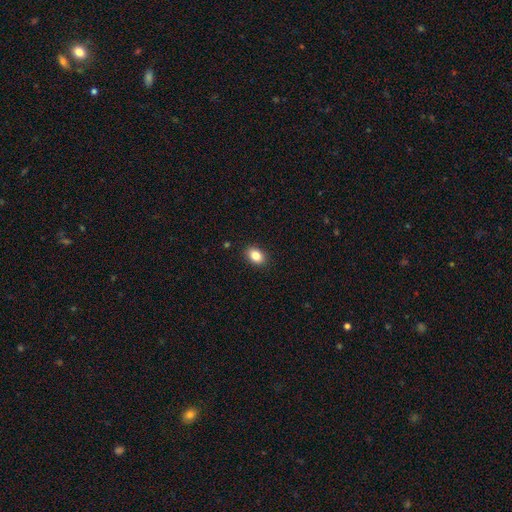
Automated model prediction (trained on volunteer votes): smooth_or_featured: smooth (p=0.86) [alt: star or artifact p=0.09]
how_rounded: in between (p=0.79) [alt: round p=0.20]
merging: none (p=0.89) [alt: minor disturbance p=0.08]